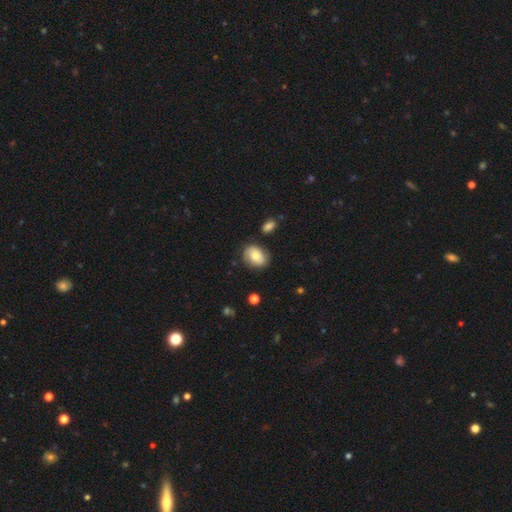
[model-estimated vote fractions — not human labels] Q: Smooth or featured?
A: smooth (74%); runner-up: featured or disk (19%)
Q: How rounded?
A: in between (68%); runner-up: round (31%)
Q: Merging?
A: none (77%); runner-up: minor disturbance (16%)